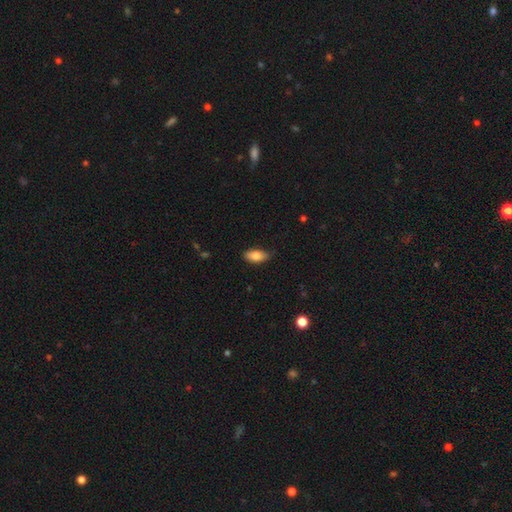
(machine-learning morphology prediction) Smooth or featured? Predicted: smooth (p=0.83). How rounded? Predicted: in between (p=0.88). Merging? Predicted: none (p=0.78).